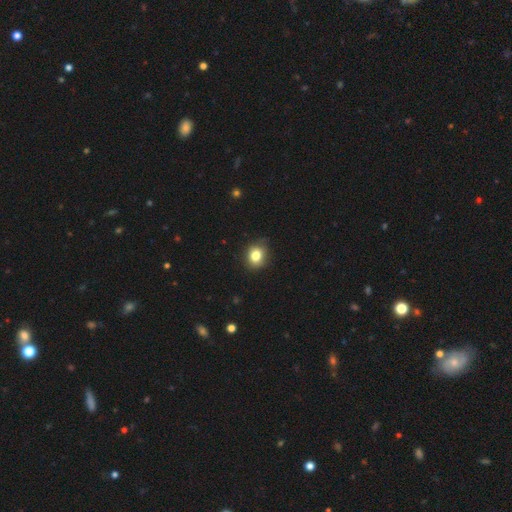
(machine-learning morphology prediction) Smooth or featured?
  - smooth: 81% *
  - star or artifact: 11%
  - featured or disk: 8%
How rounded?
  - round: 66% *
  - in between: 33%
  - cigar-shaped: 1%
Merging?
  - none: 78% *
  - minor disturbance: 18%
  - major disturbance: 3%
  - merger: 1%